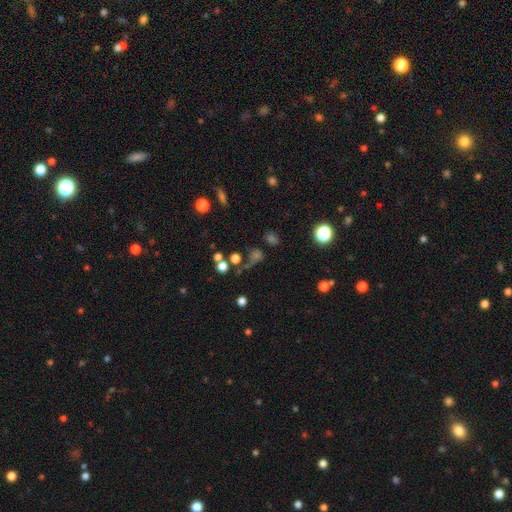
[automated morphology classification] A star or artifact, not a galaxy (46%).

Vote fractions:
- Smooth or featured? star or artifact: 46% / smooth: 36% / featured or disk: 18%